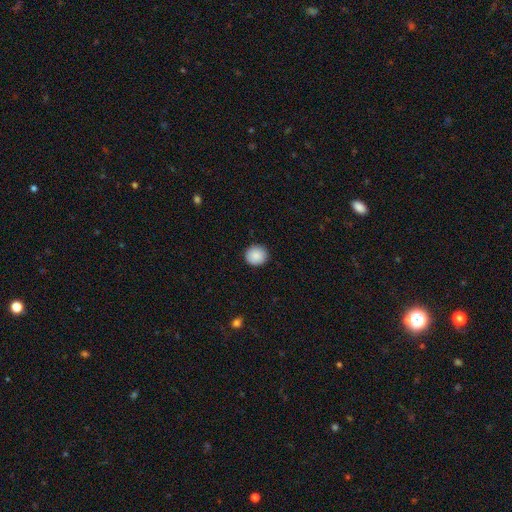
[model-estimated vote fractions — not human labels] Smooth or featured? smooth (89%)
How rounded? round (91%)
Merging? none (91%)